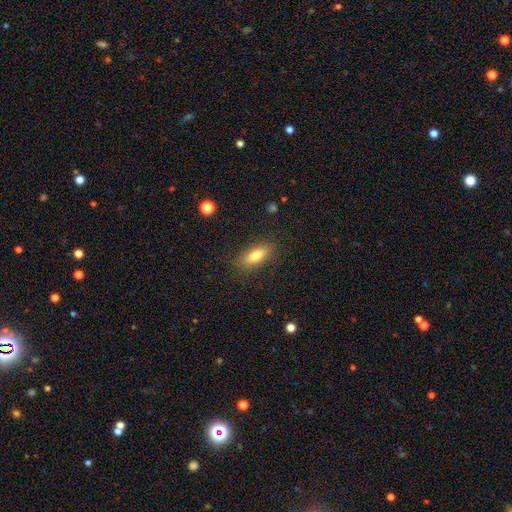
This appears to be a smooth galaxy with no disk features (68%) that is in between round and cigar-shaped (81%). Merging: none (81%).